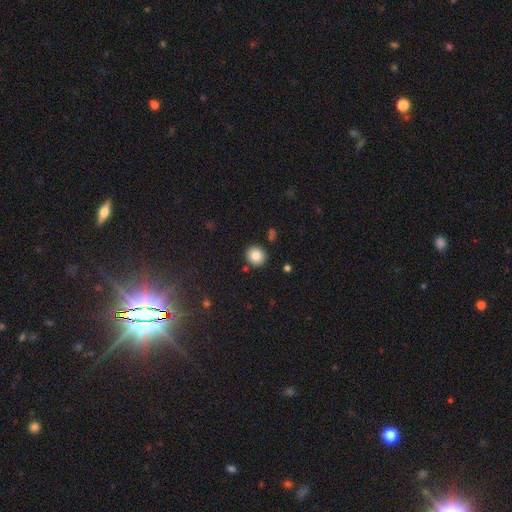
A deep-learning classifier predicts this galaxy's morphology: This appears to be a smooth galaxy with no disk features (84%) that is round (89%). Merging: none (88%).